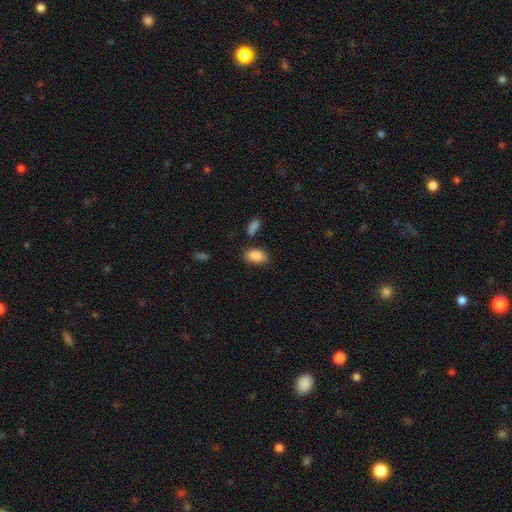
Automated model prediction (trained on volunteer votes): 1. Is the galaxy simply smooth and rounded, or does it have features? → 88% smooth, 7% star or artifact, 5% featured or disk.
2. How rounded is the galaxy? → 93% in between, 6% round, 2% cigar-shaped.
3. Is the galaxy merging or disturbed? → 76% none, 14% minor disturbance, 6% merger, 4% major disturbance.